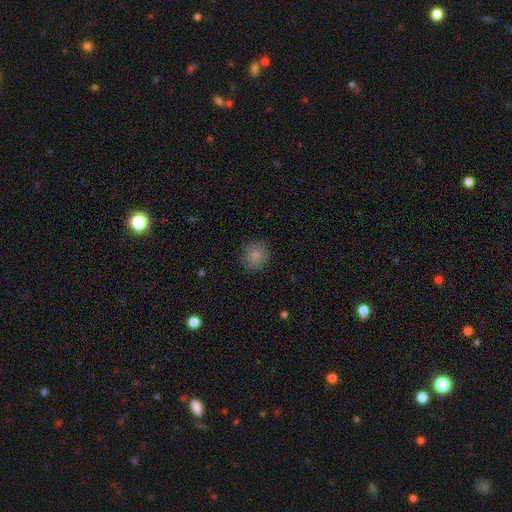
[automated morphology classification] This is clearly a smooth galaxy (83%). How rounded: clearly round (90%). Merging: clearly none (87%).